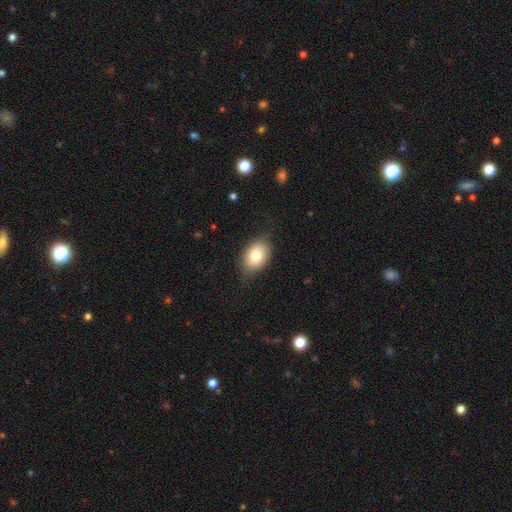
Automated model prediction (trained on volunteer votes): A smooth galaxy with no disk features (77%) that is in between round and cigar-shaped (80%). Merging: none (72%).